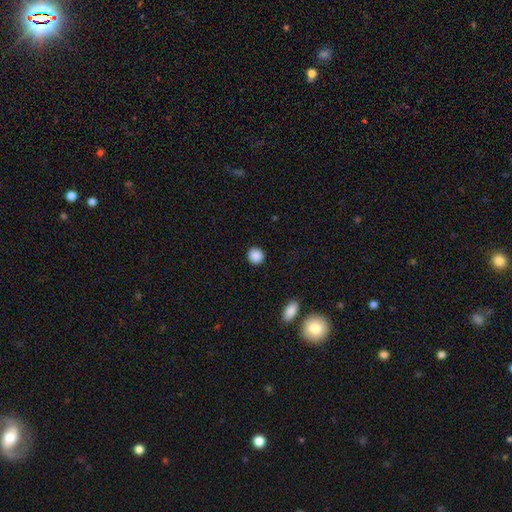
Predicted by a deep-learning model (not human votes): smooth 89%, star or artifact 9%, featured or disk 3%. Down the decision tree: how rounded — round (90%); merging — none (92%).